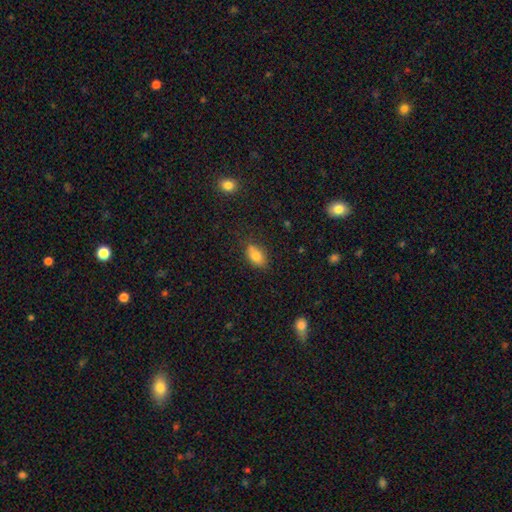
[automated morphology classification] type=smooth (80%); roundness=in between (86%); merging=none (68%).